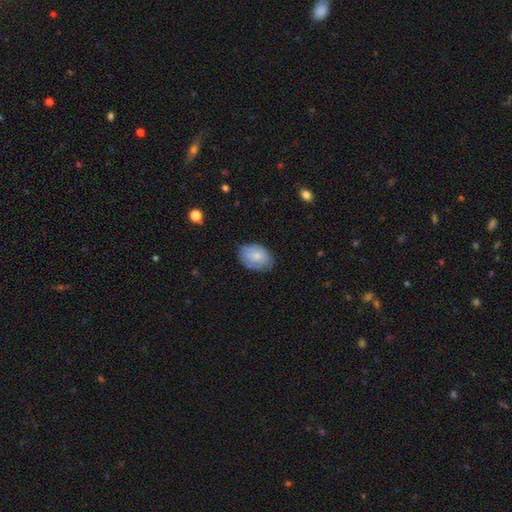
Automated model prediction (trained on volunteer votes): The model was most divided on "merging": none: 72%, minor disturbance: 22%, major disturbance: 5%, merger: 1%. More confident: how rounded — in between (83%); smooth or featured — smooth (73%).